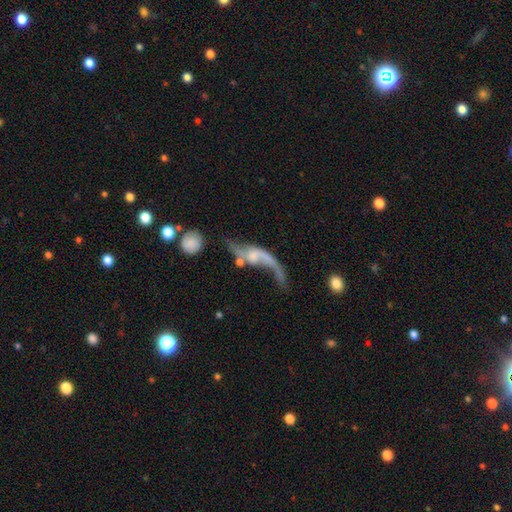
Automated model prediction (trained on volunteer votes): Smooth or featured? featured or disk (84%)
Edge-on disk? no (90%)
Bar? no (51%)
Spiral arms? yes (90%)
Spiral winding? loose (93%)
Spiral arm count? 2 (85%)
Bulge size? small (44%)
Merging? none (37%)